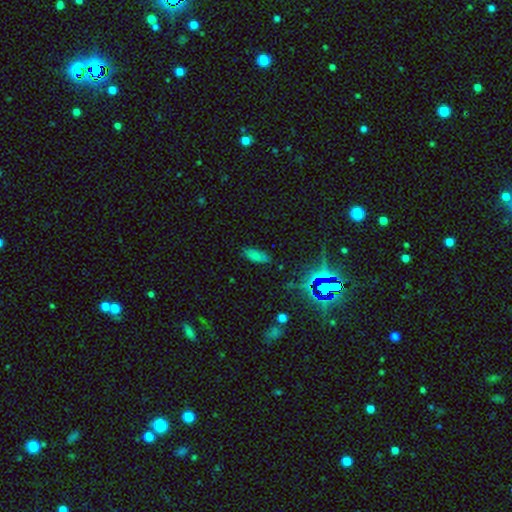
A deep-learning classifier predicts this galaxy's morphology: The model was most divided on "how rounded": in between: 76%, cigar-shaped: 21%, round: 3%. More confident: merging — none (81%); smooth or featured — smooth (74%).